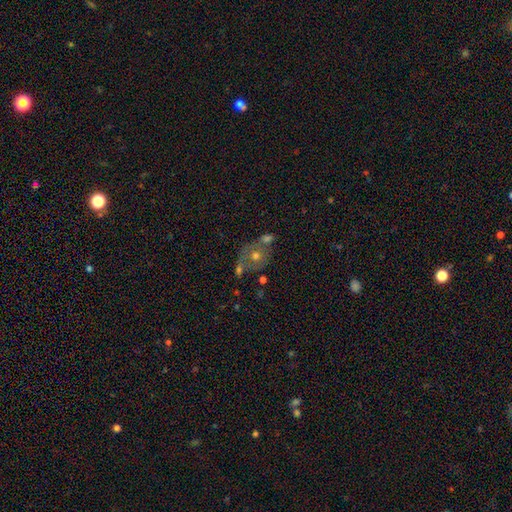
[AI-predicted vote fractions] Smooth or featured: featured or disk — 48% (smooth — 37%)
Merging: none — 43% (merger — 31%)